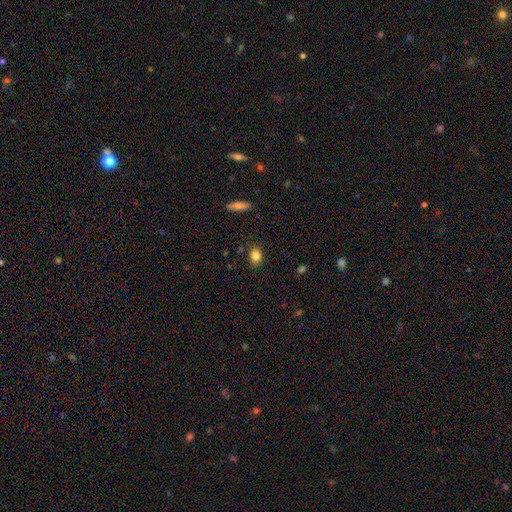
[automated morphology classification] A smooth galaxy with no disk features (84%) that is in between round and cigar-shaped (62%).

Vote fractions:
- Smooth or featured? smooth: 84% / star or artifact: 10% / featured or disk: 6%
- How rounded? in between: 62% / round: 37% / cigar-shaped: 2%
- Merging? none: 81% / minor disturbance: 14% / major disturbance: 3% / merger: 2%